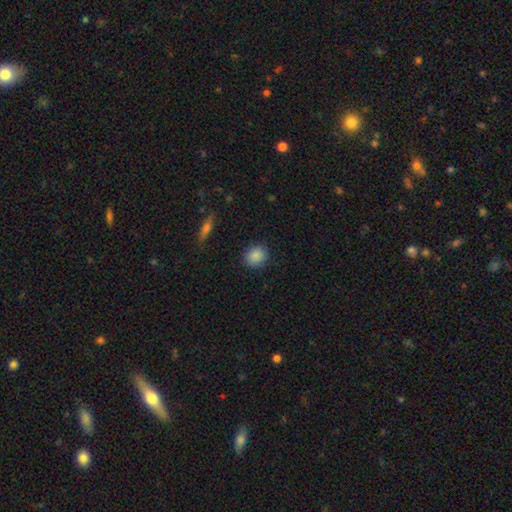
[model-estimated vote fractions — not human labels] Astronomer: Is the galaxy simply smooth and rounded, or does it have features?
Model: smooth — 87%.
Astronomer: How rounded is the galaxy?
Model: round — 70%.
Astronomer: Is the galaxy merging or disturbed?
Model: none — 86%.